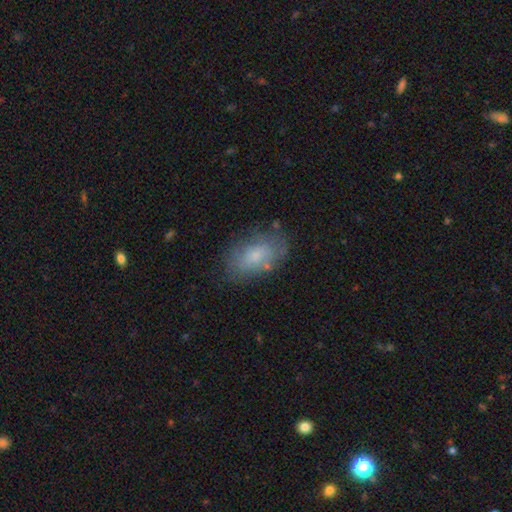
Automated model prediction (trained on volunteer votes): The model was most divided on "smooth or featured": smooth: 68%, featured or disk: 24%, star or artifact: 8%. More confident: how rounded — in between (91%); merging — none (69%).